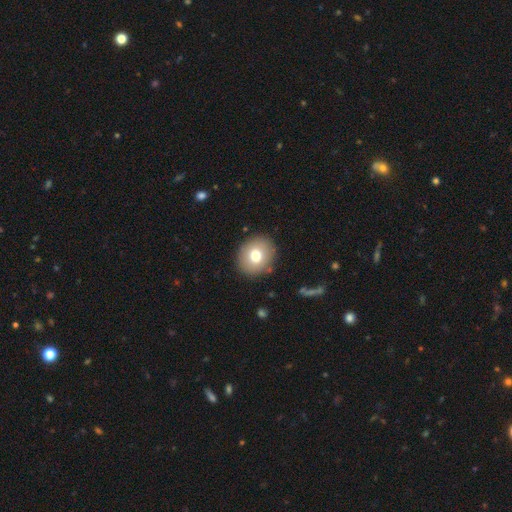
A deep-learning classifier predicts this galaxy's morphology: The model was most divided on "how rounded": round: 76%, in between: 23%, cigar-shaped: 1%. More confident: merging — none (88%); smooth or featured — smooth (74%).